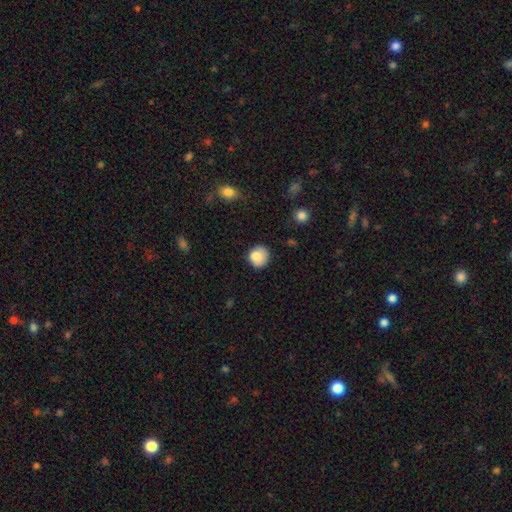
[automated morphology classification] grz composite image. It shows a smooth galaxy with no disk features (82%) that is round (80%). Merging: none (69%).